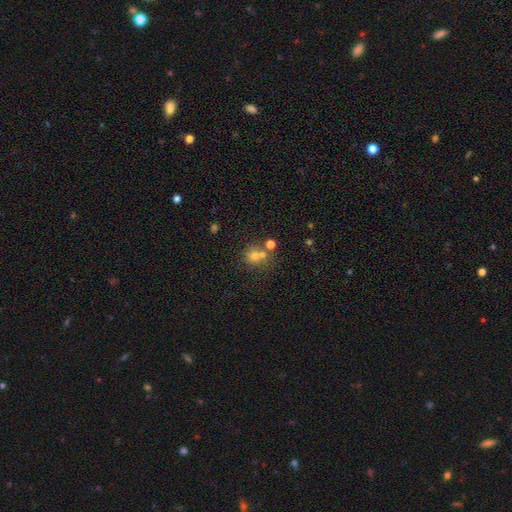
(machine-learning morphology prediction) smooth 63%, star or artifact 23%, featured or disk 14%. Down the decision tree: how rounded — round (81%); merging — none (53%).